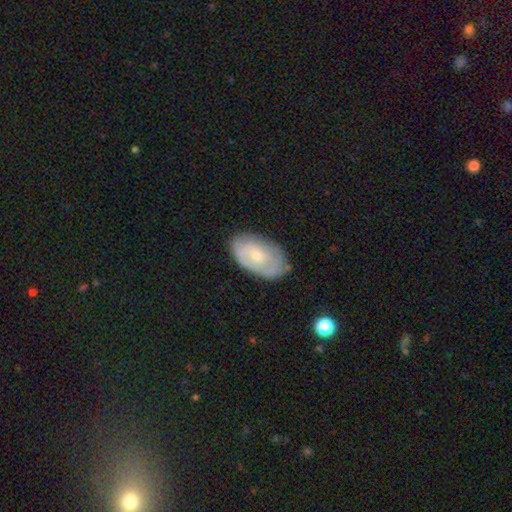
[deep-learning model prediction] Overall: featured or disk (47%, tied with smooth). Merging: none (71%).